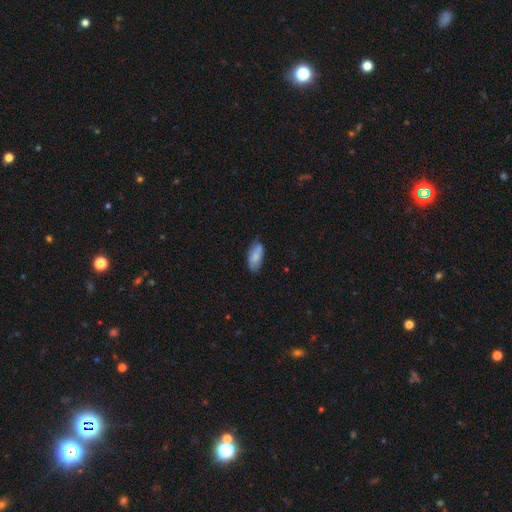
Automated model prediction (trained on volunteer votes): The model was most divided on "merging": none: 68%, minor disturbance: 26%, major disturbance: 5%, merger: 2%. More confident: how rounded — in between (88%); smooth or featured — smooth (79%).